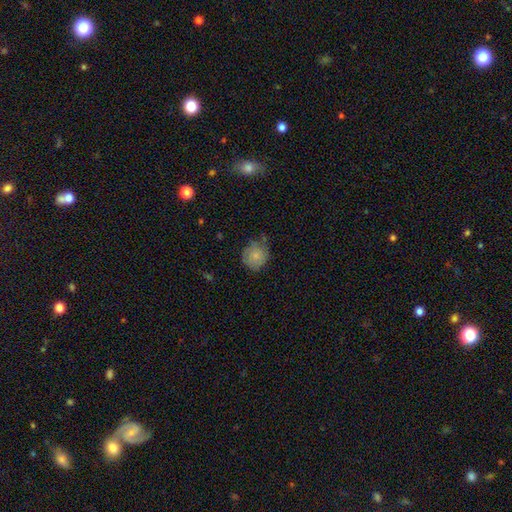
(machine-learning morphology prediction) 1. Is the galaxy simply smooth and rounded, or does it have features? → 76% smooth, 16% featured or disk, 8% star or artifact.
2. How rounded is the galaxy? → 83% round, 16% in between, 1% cigar-shaped.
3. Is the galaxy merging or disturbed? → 57% none, 32% minor disturbance, 9% major disturbance, 2% merger.